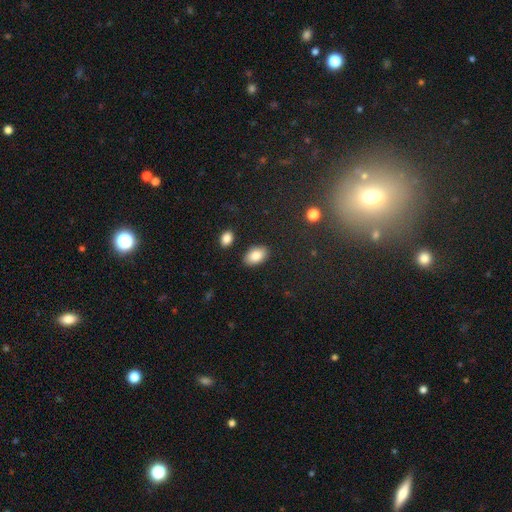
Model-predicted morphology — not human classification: A smooth galaxy with no disk features (86%) that is in between round and cigar-shaped (93%). Merging: none (87%).